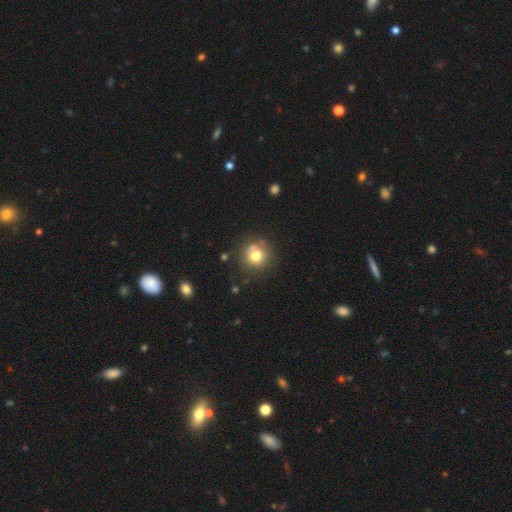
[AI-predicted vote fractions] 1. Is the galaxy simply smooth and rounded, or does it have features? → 73% smooth, 15% featured or disk, 12% star or artifact.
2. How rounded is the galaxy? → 90% round, 9% in between, 1% cigar-shaped.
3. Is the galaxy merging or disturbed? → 70% none, 15% minor disturbance, 10% merger, 6% major disturbance.